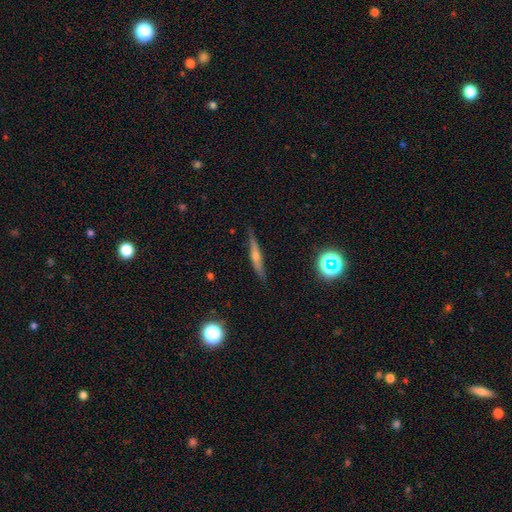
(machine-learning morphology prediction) This appears to be a featured or disk galaxy (54%) viewed edge-on (94%) with a rounded central bulge (72%). Merging: none (82%).